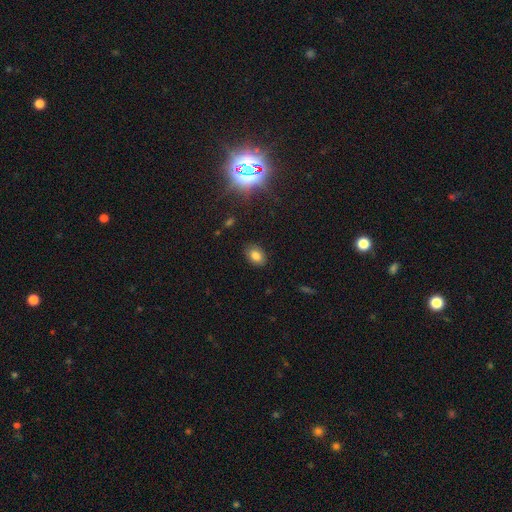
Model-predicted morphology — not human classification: This appears to be a smooth galaxy with no disk features (80%) that is in between round and cigar-shaped (80%). Merging: none (86%).